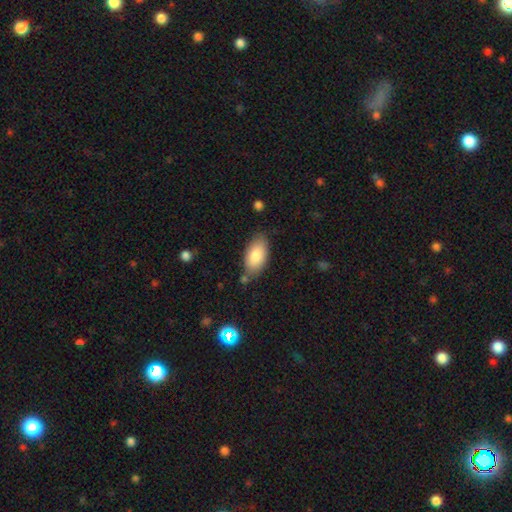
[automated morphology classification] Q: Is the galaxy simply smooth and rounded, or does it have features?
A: smooth — 84%.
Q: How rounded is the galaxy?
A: in between — 94%.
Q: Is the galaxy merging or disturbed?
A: none — 74%.